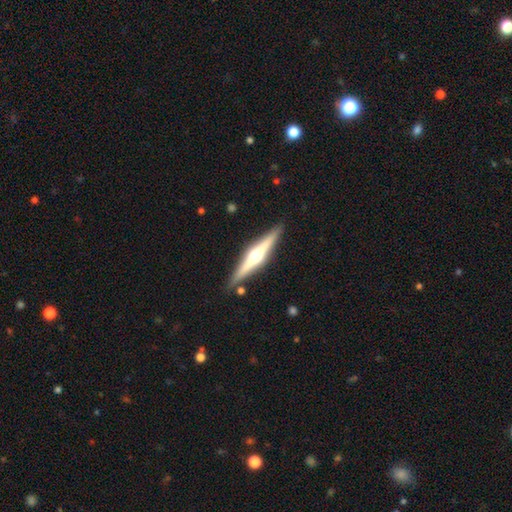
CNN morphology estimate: The model was most divided on "smooth or featured": featured or disk: 74%, smooth: 20%, star or artifact: 5%. More confident: edge-on disk — yes (97%); edge-on bulge — rounded (94%); merging — none (87%).